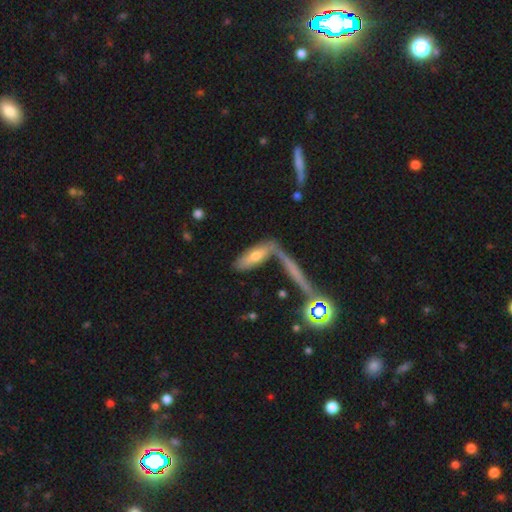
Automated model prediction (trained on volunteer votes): A smooth galaxy with no disk features (59%) that is in between round and cigar-shaped (51%).

Vote fractions:
- Smooth or featured? smooth: 59% / featured or disk: 31% / star or artifact: 10%
- How rounded? in between: 51% / cigar-shaped: 46% / round: 3%
- Merging? none: 45% / merger: 34% / minor disturbance: 14% / major disturbance: 7%